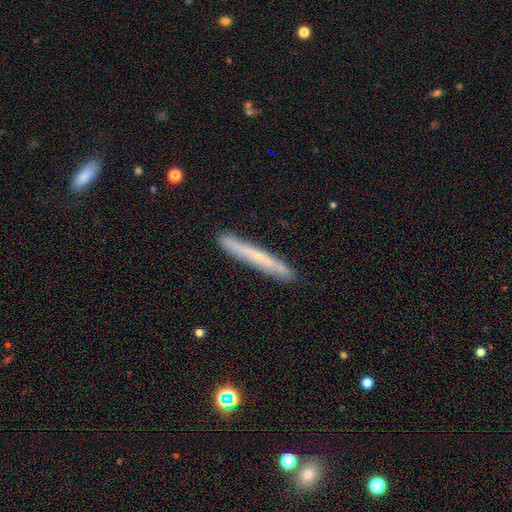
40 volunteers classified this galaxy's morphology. A smooth galaxy with no disk features (50%) that is cigar-shaped (85%). Merging: none (89%).